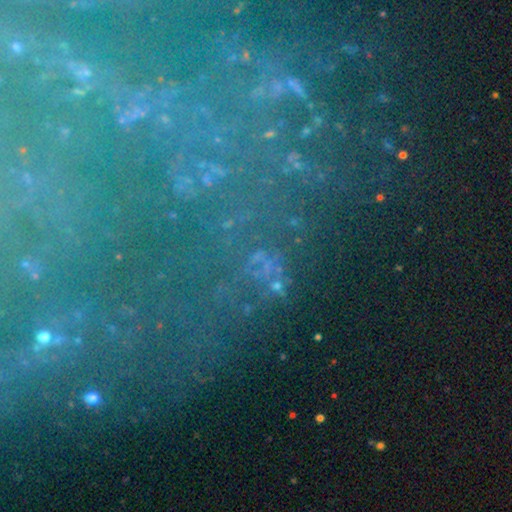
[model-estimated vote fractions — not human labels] Q: Smooth or featured?
A: star or artifact (63%); runner-up: featured or disk (22%)